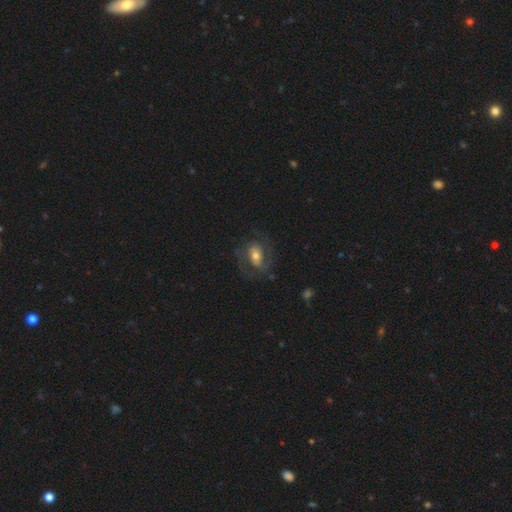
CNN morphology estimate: Overall: featured or disk (60%; smooth 33%). Edge-on disk: no (96%). Bar: no (48%; weak 33%). Spiral arms: yes (72%). Bulge size: moderate (61%). Merging: none (65%).